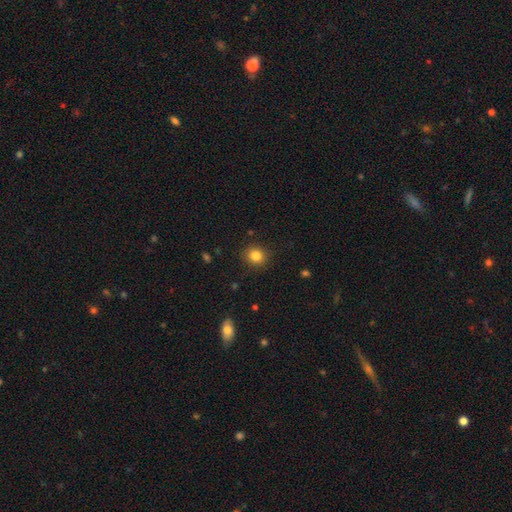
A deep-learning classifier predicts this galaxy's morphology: Smooth or featured? smooth (84%)
How rounded? round (84%)
Merging? none (90%)